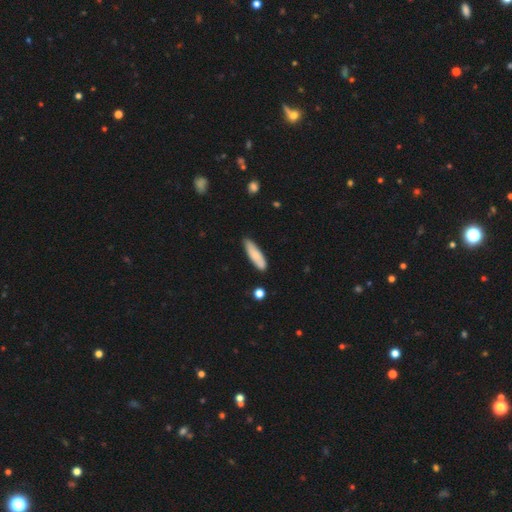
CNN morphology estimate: smooth_or_featured: smooth (p=0.81) [alt: featured or disk p=0.13]
how_rounded: cigar-shaped (p=0.63) [alt: in between p=0.36]
merging: none (p=0.77) [alt: minor disturbance p=0.18]